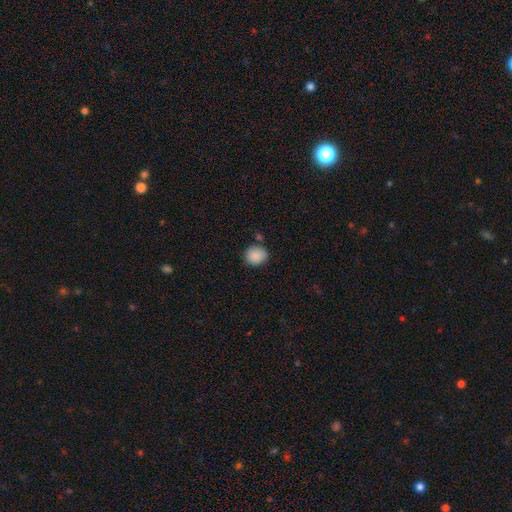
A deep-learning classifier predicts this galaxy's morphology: This appears to be a smooth galaxy with no disk features (88%) that is round (76%). Merging: none (77%).